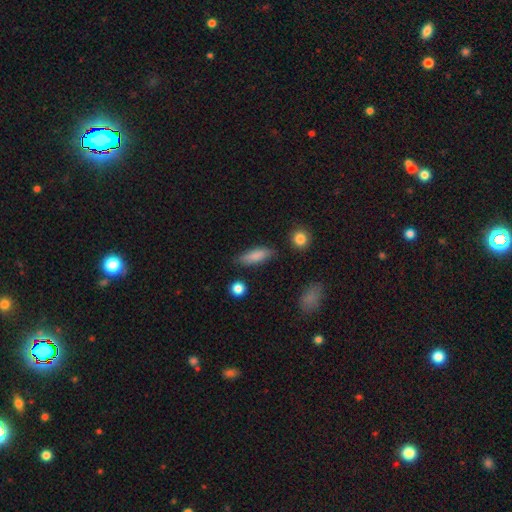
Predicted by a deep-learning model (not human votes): Overall: smooth (83%). How rounded: in between (57%; cigar-shaped 40%). Merging: none (80%).